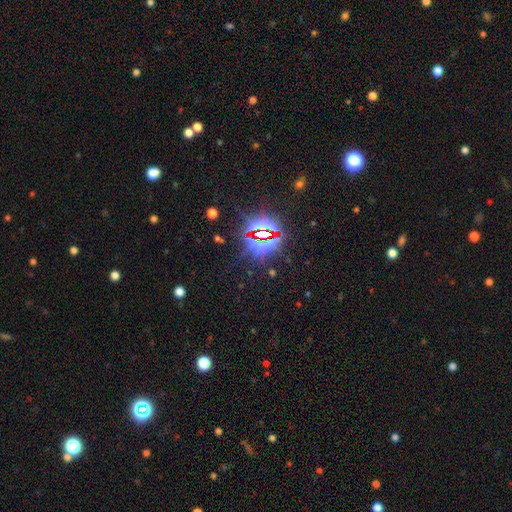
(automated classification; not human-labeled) Overall: star or artifact (83%).